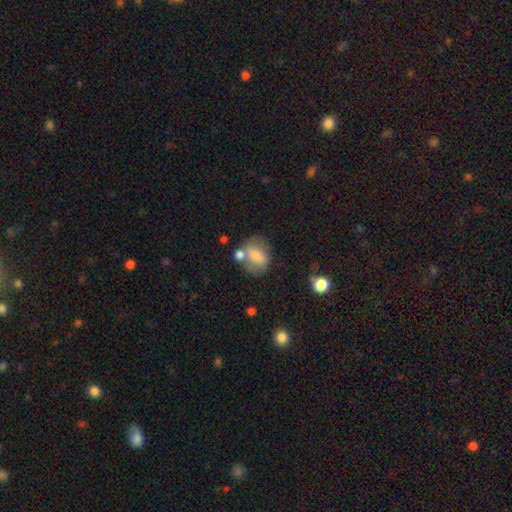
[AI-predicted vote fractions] smooth 66%, featured or disk 25%, star or artifact 9%. Down the decision tree: how rounded — in between (57%); merging — none (46%).